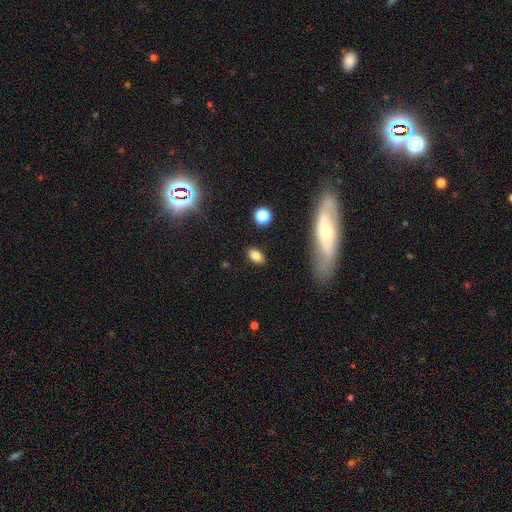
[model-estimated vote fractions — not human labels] Smooth or featured: smooth — 80% (star or artifact — 11%)
How rounded: in between — 87% (round — 10%)
Merging: none — 87% (minor disturbance — 9%)